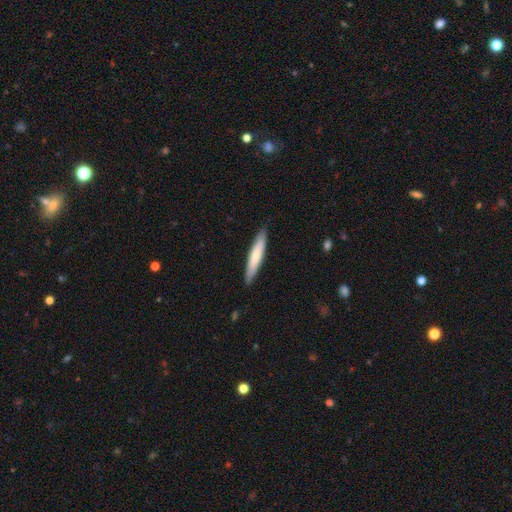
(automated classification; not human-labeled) Smooth or featured?
  - smooth: 70% *
  - featured or disk: 25%
  - star or artifact: 5%
How rounded?
  - cigar-shaped: 90% *
  - in between: 9%
  - round: 1%
Merging?
  - none: 89% *
  - minor disturbance: 8%
  - major disturbance: 1%
  - merger: 1%